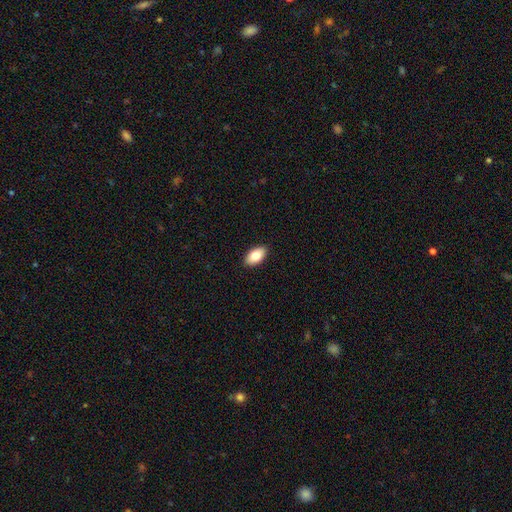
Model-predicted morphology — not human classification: Overall: smooth (81%). How rounded: in between (94%). Merging: none (90%).